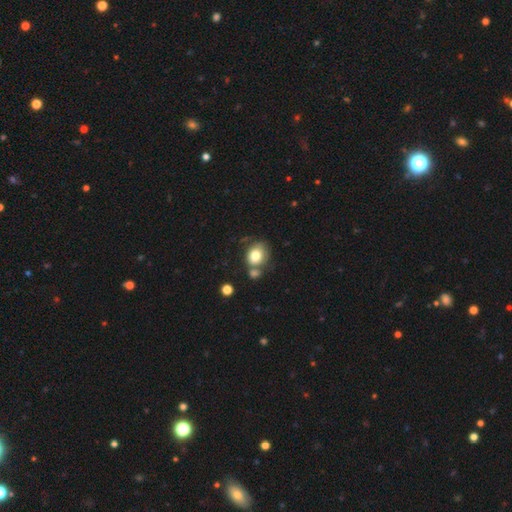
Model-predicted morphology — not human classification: smooth_or_featured: smooth (p=0.78) [alt: featured or disk p=0.13]
how_rounded: round (p=0.61) [alt: in between p=0.39]
merging: none (p=0.50) [alt: merger p=0.25]